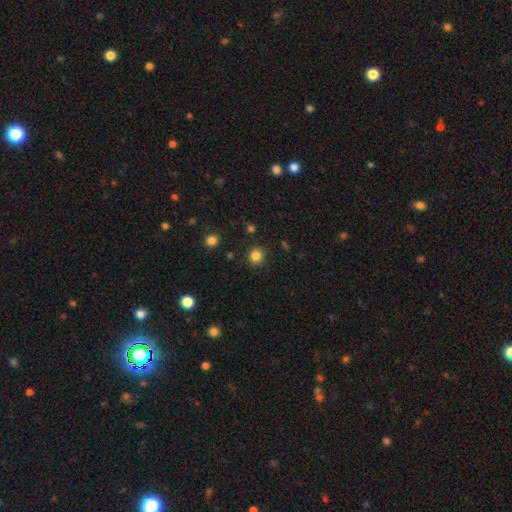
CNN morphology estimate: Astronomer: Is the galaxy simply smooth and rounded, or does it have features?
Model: smooth — 83%.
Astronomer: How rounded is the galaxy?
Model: round — 92%.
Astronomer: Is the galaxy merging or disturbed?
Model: none — 90%.